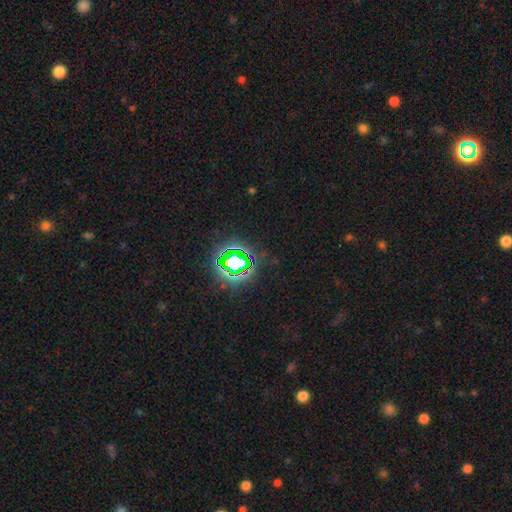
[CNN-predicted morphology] A star or artifact, not a galaxy (81%).

Vote fractions:
- Smooth or featured? star or artifact: 81% / smooth: 13% / featured or disk: 6%